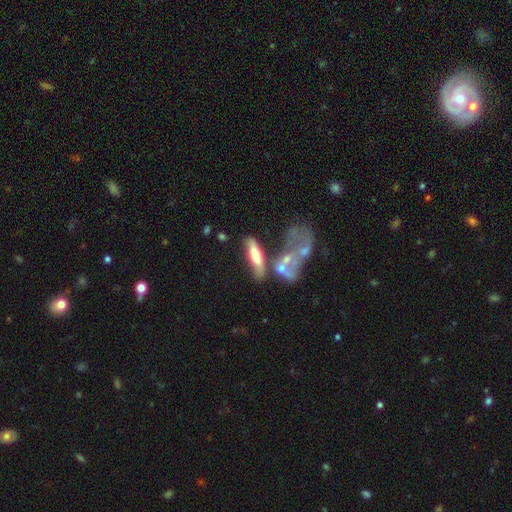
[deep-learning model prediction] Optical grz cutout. It shows a smooth galaxy with no disk features (51%) that is cigar-shaped (49%). Merging: merger (39%).